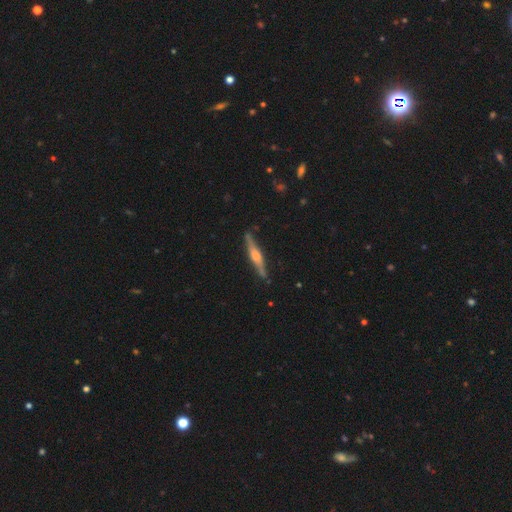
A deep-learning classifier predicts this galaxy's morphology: Smooth or featured: featured or disk — 70% (smooth — 25%)
Edge-on disk: yes — 97% (no — 3%)
Edge-on bulge: rounded — 66% (boxy — 26%)
Merging: none — 85% (minor disturbance — 11%)